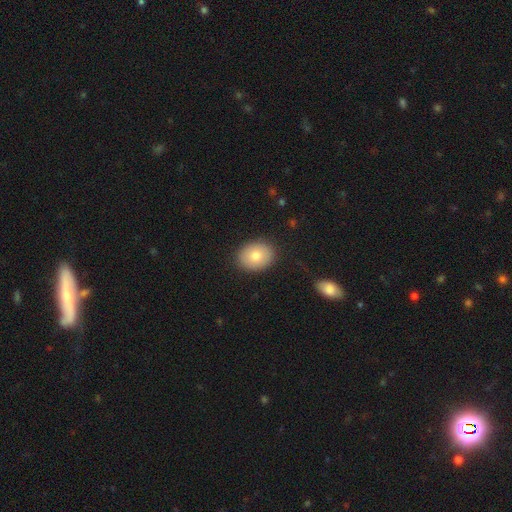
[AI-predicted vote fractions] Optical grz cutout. It shows a smooth galaxy with no disk features (78%) that is in between round and cigar-shaped (57%). Merging: none (89%).